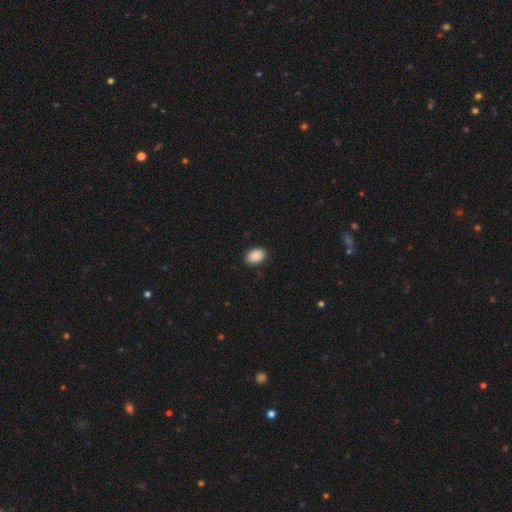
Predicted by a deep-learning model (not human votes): This is clearly a smooth galaxy (90%). How rounded: clearly in between (83%). Merging: clearly none (89%).